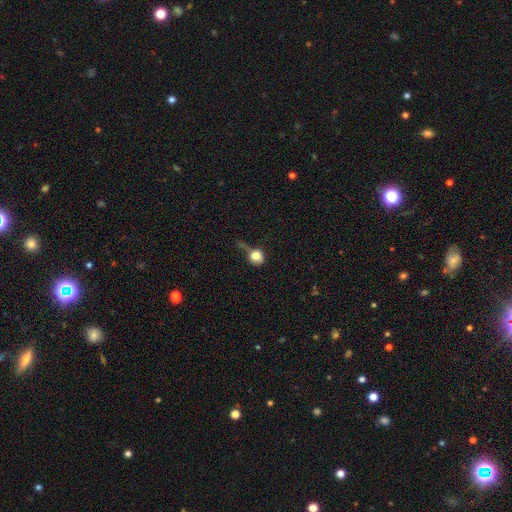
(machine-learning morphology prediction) Smooth or featured? smooth (75%)
How rounded? round (79%)
Merging? none (31%, tied with major disturbance)